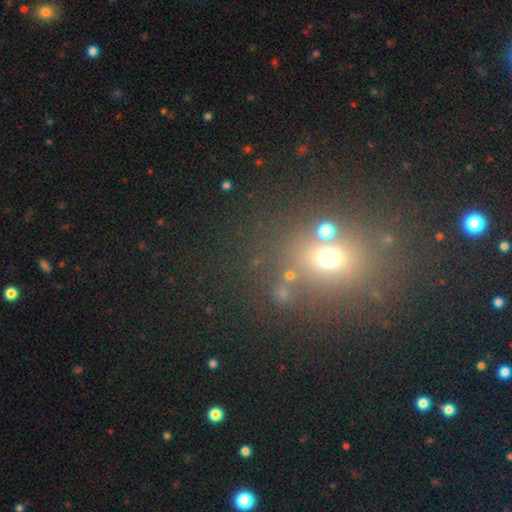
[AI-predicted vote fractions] A star or artifact, not a galaxy (45%).

Vote fractions:
- Smooth or featured? star or artifact: 45% / smooth: 42% / featured or disk: 13%